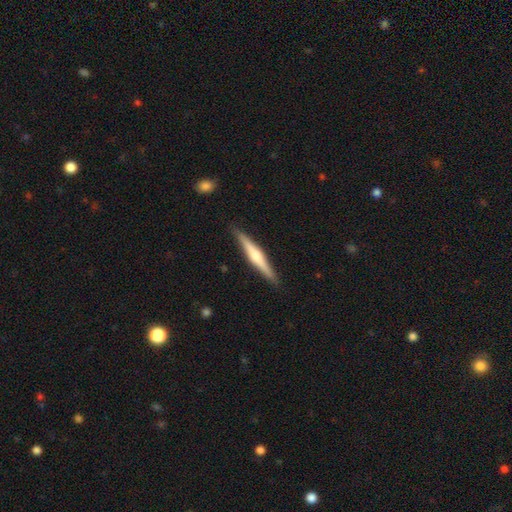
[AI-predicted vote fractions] Overall: featured or disk (64%; smooth 31%). Edge-on disk: yes (98%). Edge-on bulge: rounded (80%). Merging: none (90%).